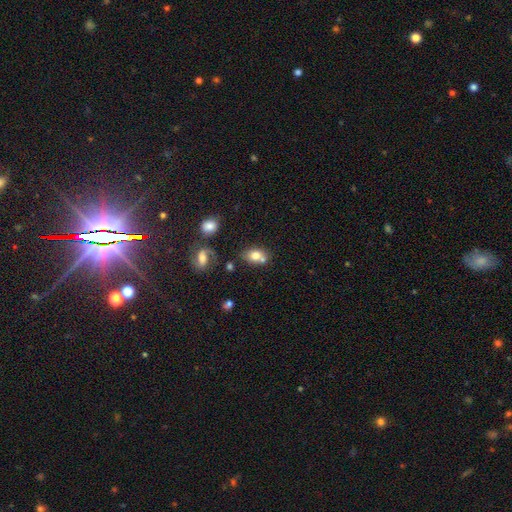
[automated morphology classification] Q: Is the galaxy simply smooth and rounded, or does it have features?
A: smooth — 74%.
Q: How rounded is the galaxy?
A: in between — 66%.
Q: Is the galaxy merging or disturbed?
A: none — 47%.